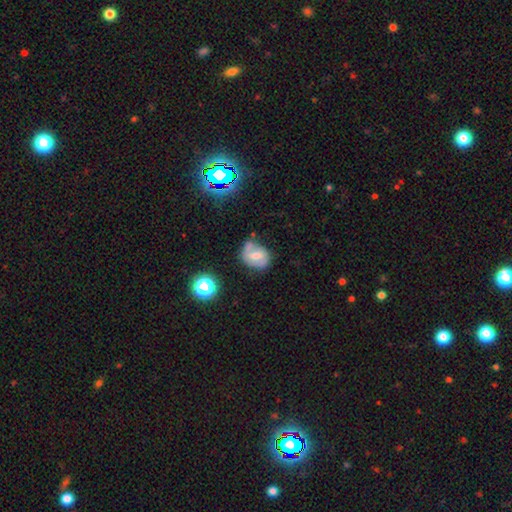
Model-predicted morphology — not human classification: Smooth or featured: featured or disk — 54% (smooth — 36%)
Edge-on disk: no — 96% (yes — 4%)
Bar: weak — 50% (no — 26%)
Spiral arms: yes — 67% (no — 33%)
Bulge size: moderate — 55% (small — 32%)
Merging: none — 50% (minor disturbance — 30%)